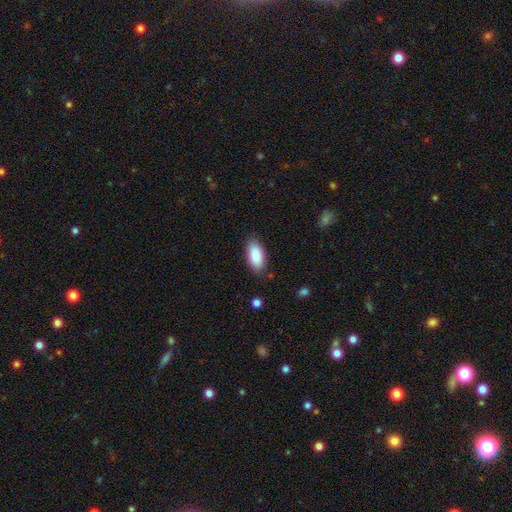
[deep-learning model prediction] A smooth galaxy with no disk features (89%) that is in between round and cigar-shaped (91%).

Vote fractions:
- Smooth or featured? smooth: 89% / star or artifact: 6% / featured or disk: 5%
- How rounded? in between: 91% / cigar-shaped: 7% / round: 2%
- Merging? none: 84% / minor disturbance: 12% / major disturbance: 3% / merger: 1%